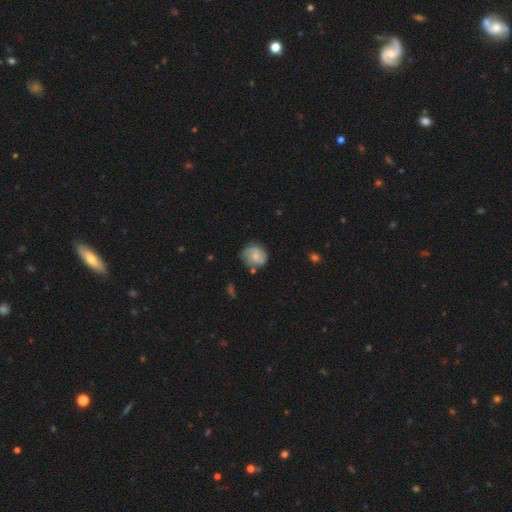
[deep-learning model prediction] Smooth or featured? Predicted: smooth (p=0.59). How rounded? Predicted: round (p=0.78). Merging? Predicted: none (p=0.64).